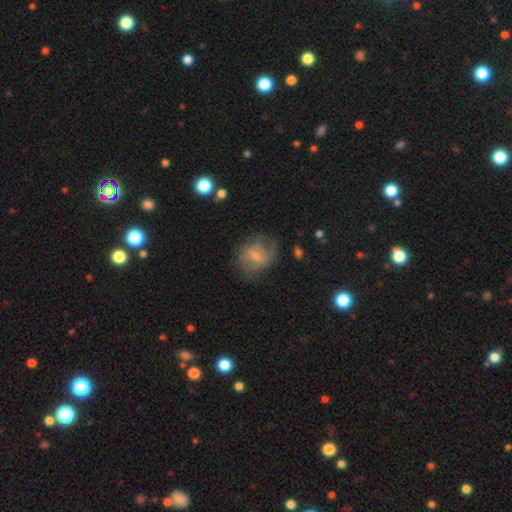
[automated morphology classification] Smooth or featured?
  - smooth: 52% *
  - featured or disk: 39%
  - star or artifact: 9%
How rounded?
  - round: 51% *
  - in between: 47%
  - cigar-shaped: 1%
Merging?
  - none: 58% *
  - minor disturbance: 24%
  - major disturbance: 16%
  - merger: 2%